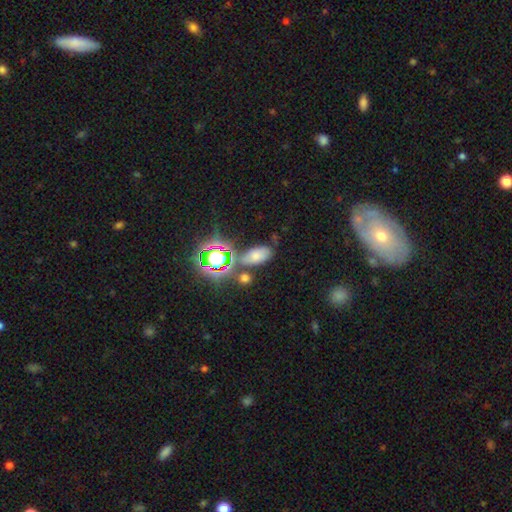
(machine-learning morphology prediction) A smooth galaxy with no disk features (58%) that is in between round and cigar-shaped (90%).

Vote fractions:
- Smooth or featured? smooth: 58% / star or artifact: 30% / featured or disk: 13%
- How rounded? in between: 90% / round: 7% / cigar-shaped: 4%
- Merging? none: 65% / minor disturbance: 17% / merger: 11% / major disturbance: 7%